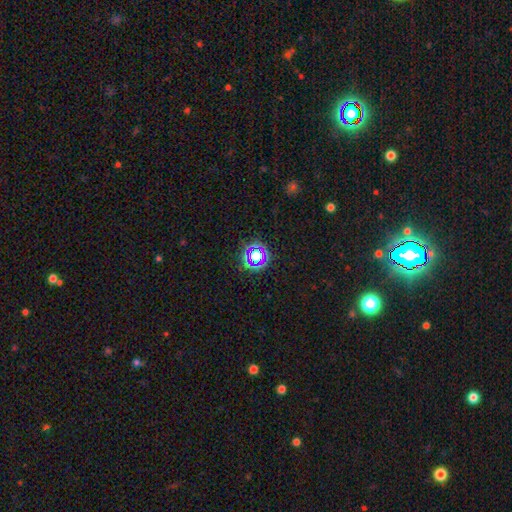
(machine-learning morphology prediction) Q: Smooth or featured?
A: star or artifact (66%); runner-up: smooth (22%)